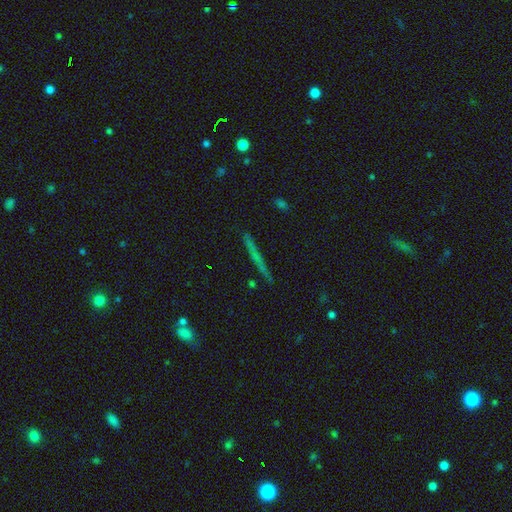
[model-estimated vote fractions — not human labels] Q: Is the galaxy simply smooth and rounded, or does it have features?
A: featured or disk — 46%.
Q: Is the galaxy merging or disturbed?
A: none — 89%.